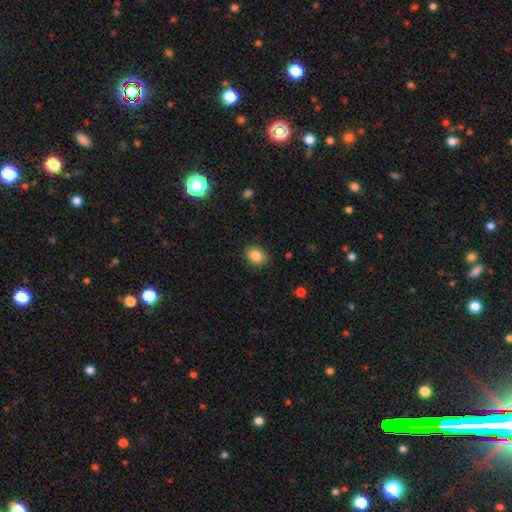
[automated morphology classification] The model was most divided on "how rounded": round: 51%, in between: 49%, cigar-shaped: 1%. More confident: merging — none (86%); smooth or featured — smooth (86%).